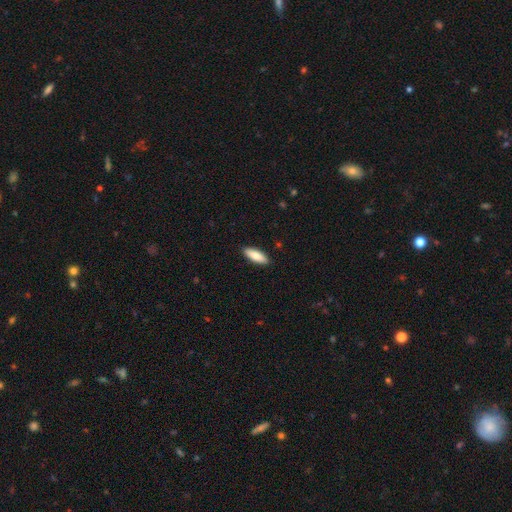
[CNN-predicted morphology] The model was most divided on "how rounded": in between: 62%, cigar-shaped: 37%, round: 2%. More confident: merging — none (90%); smooth or featured — smooth (82%).